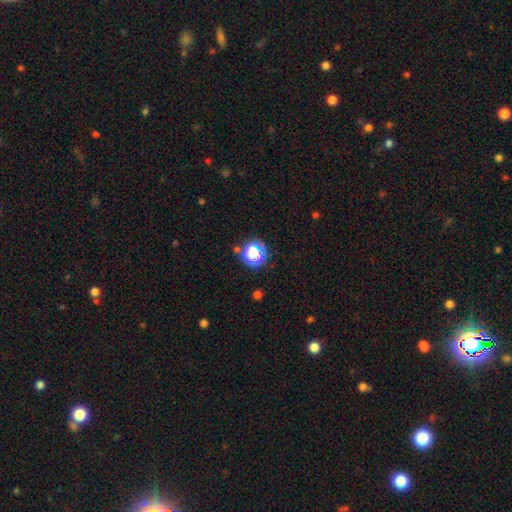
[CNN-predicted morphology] Smooth or featured? star or artifact (47%)